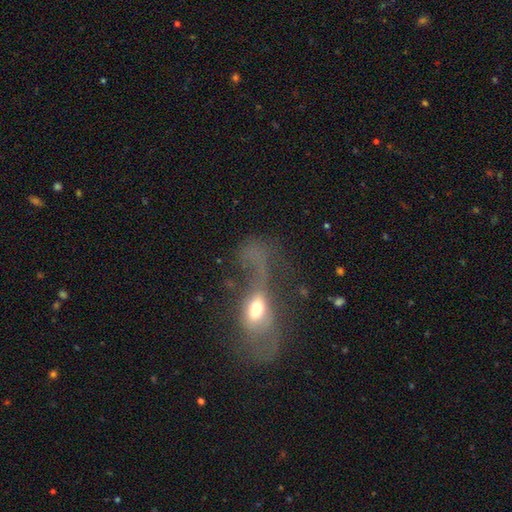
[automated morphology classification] featured or disk 48%, smooth 38%, star or artifact 14%. Down the decision tree: merging — major disturbance (58%).